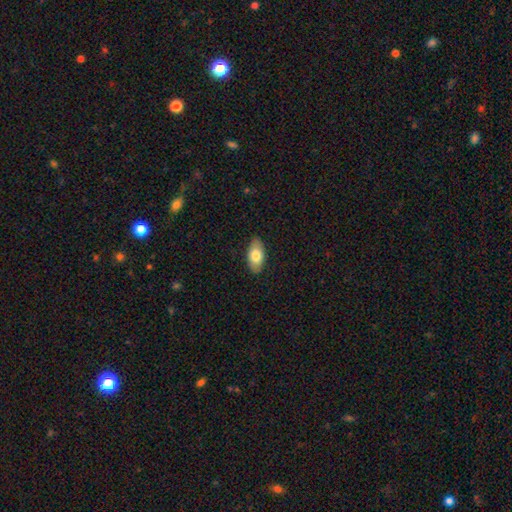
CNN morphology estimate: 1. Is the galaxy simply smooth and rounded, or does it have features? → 76% smooth, 18% featured or disk, 6% star or artifact.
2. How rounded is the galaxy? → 93% in between, 4% cigar-shaped, 3% round.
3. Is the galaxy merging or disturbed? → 88% none, 9% minor disturbance, 2% major disturbance, 1% merger.